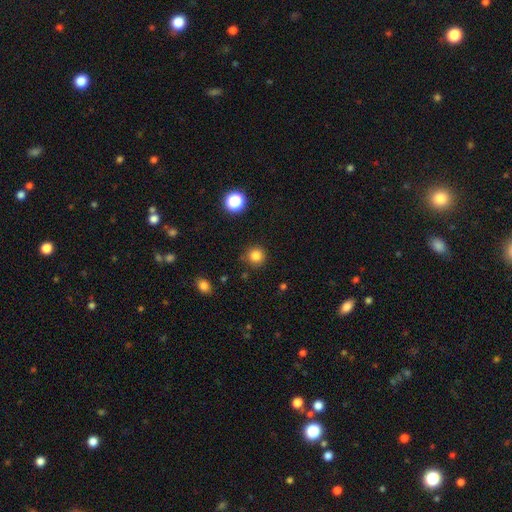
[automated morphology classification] Smooth or featured? Predicted: smooth (p=0.83). How rounded? Predicted: round (p=0.94). Merging? Predicted: none (p=0.86).